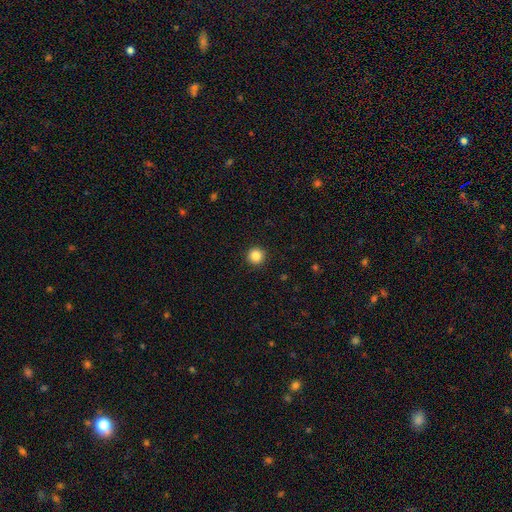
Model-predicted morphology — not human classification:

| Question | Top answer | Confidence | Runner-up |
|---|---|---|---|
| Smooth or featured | smooth | 85% | star or artifact (10%) |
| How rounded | round | 96% | in between (3%) |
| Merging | none | 93% | minor disturbance (4%) |